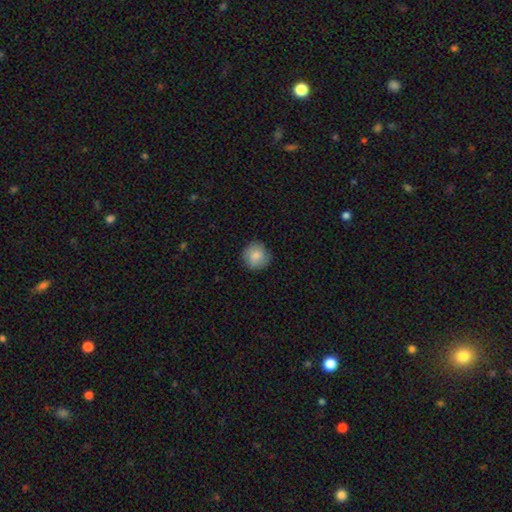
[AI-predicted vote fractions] A smooth galaxy with no disk features (83%) that is round (92%). Merging: none (84%).